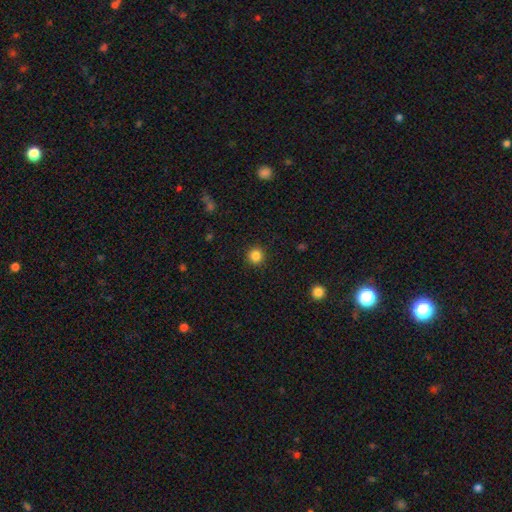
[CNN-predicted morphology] smooth-or-featured: smooth: 85% | star or artifact: 11% | featured or disk: 4%
  how-rounded: round: 94% | in between: 5% | cigar-shaped: 1%
  merging: none: 92% | minor disturbance: 5% | major disturbance: 2% | merger: 1%